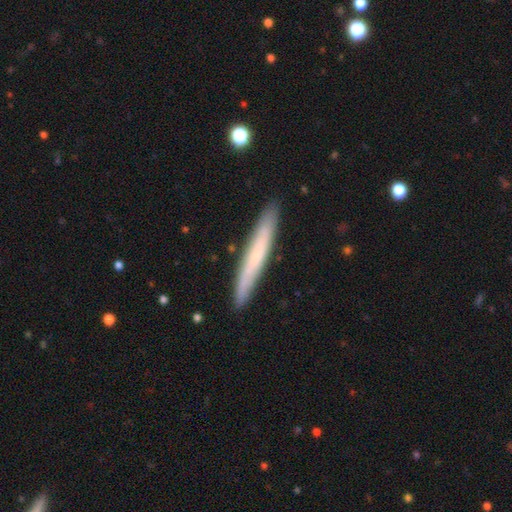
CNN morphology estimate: type=smooth (59%); roundness=cigar-shaped (95%); merging=none (89%).